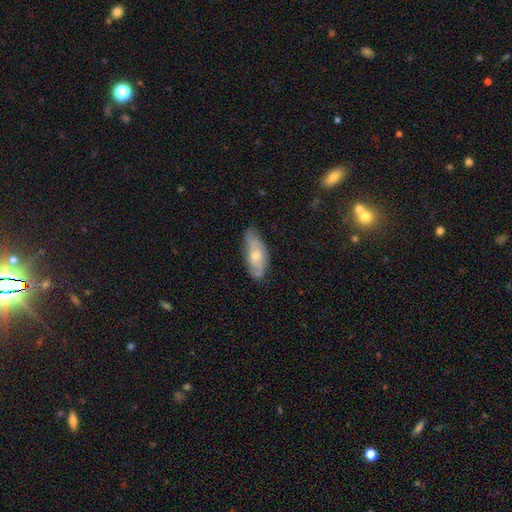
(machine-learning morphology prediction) Overall: featured or disk (55%; smooth 38%). Edge-on disk: no (81%). Merging: none (68%).